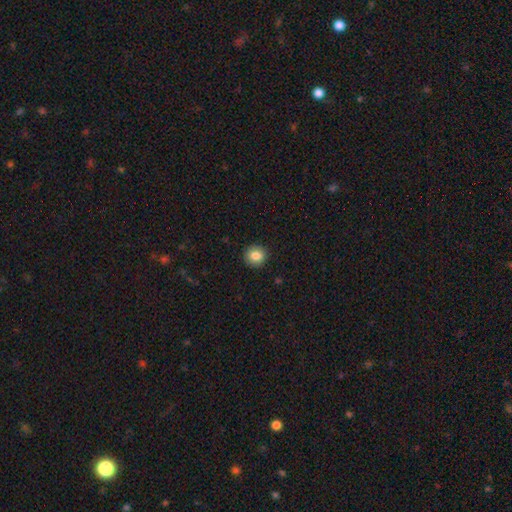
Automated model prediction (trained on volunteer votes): smooth_or_featured: smooth (p=0.85) [alt: star or artifact p=0.09]
how_rounded: round (p=0.87) [alt: in between p=0.12]
merging: none (p=0.91) [alt: minor disturbance p=0.07]